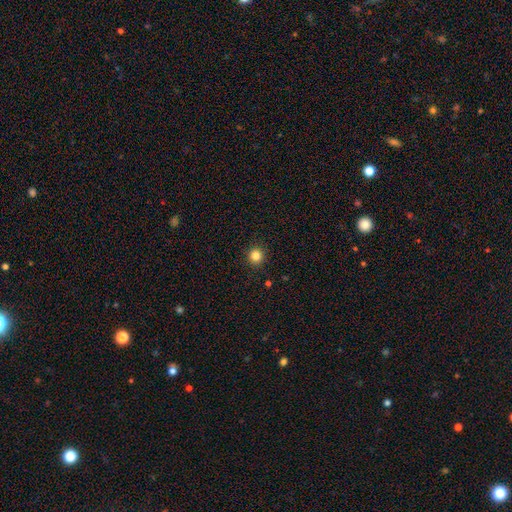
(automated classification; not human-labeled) A smooth galaxy with no disk features (84%) that is round (94%).

Vote fractions:
- Smooth or featured? smooth: 84% / star or artifact: 12% / featured or disk: 4%
- How rounded? round: 94% / in between: 5% / cigar-shaped: 1%
- Merging? none: 93% / minor disturbance: 5% / major disturbance: 2% / merger: 1%